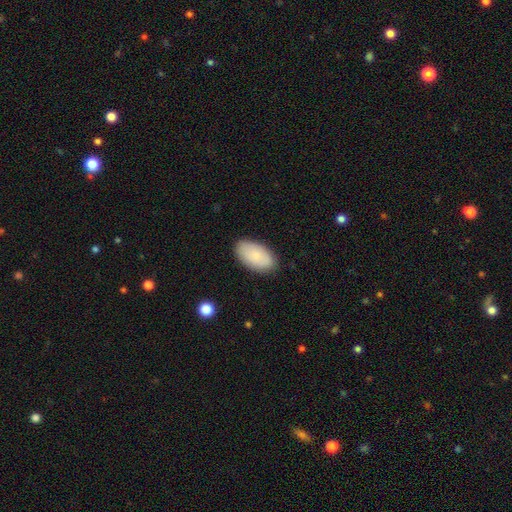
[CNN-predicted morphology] A smooth galaxy with no disk features (84%) that is in between round and cigar-shaped (95%).

Vote fractions:
- Smooth or featured? smooth: 84% / featured or disk: 10% / star or artifact: 6%
- How rounded? in between: 95% / round: 3% / cigar-shaped: 2%
- Merging? none: 86% / minor disturbance: 11% / major disturbance: 2% / merger: 1%